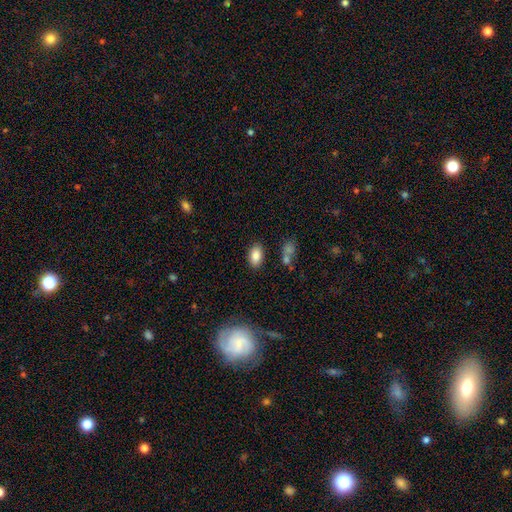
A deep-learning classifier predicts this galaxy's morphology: Smooth or featured? smooth (85%)
How rounded? in between (92%)
Merging? none (83%)